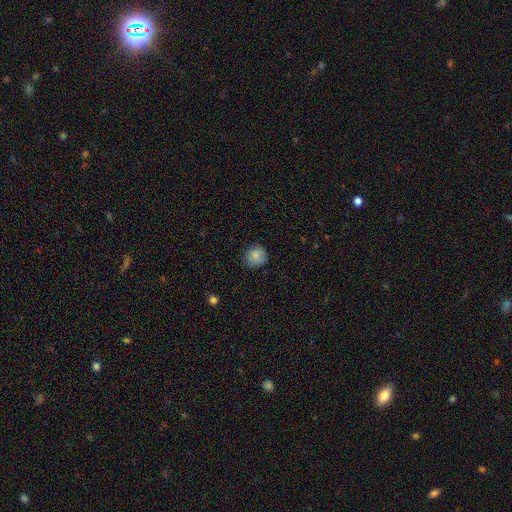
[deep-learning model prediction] Smooth or featured: smooth — 85% (star or artifact — 9%)
How rounded: round — 90% (in between — 9%)
Merging: none — 83% (minor disturbance — 13%)